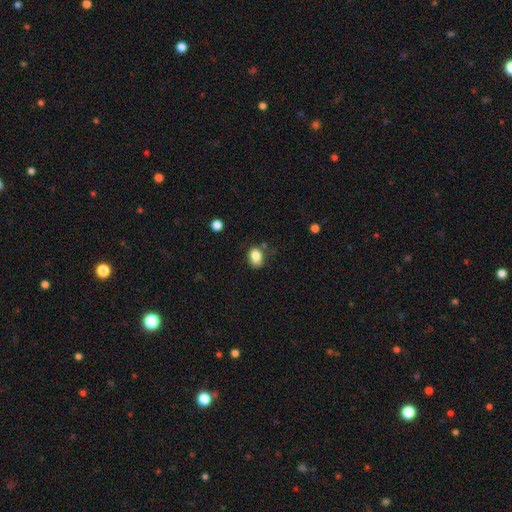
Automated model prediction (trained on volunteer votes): This is clearly a smooth galaxy (83%). How rounded: likely in between (70%). Merging: likely none (60%).